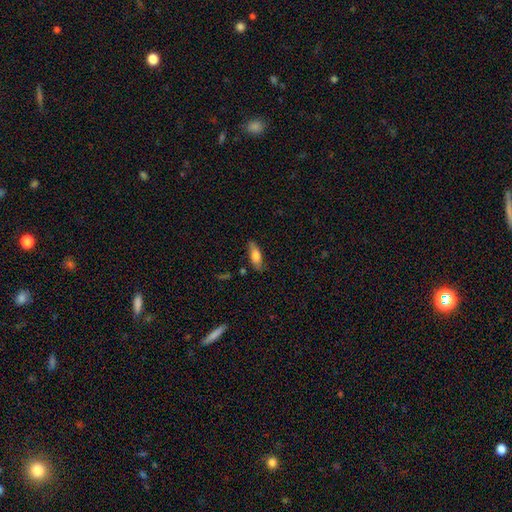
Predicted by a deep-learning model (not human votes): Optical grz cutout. It shows a smooth galaxy with no disk features (71%) that is in between round and cigar-shaped (66%). Merging: none (75%).